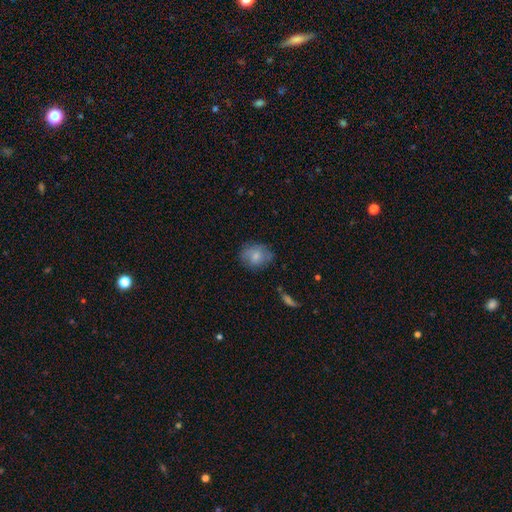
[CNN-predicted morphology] Overall: smooth (75%). How rounded: round (52%; in between 47%). Merging: none (73%).